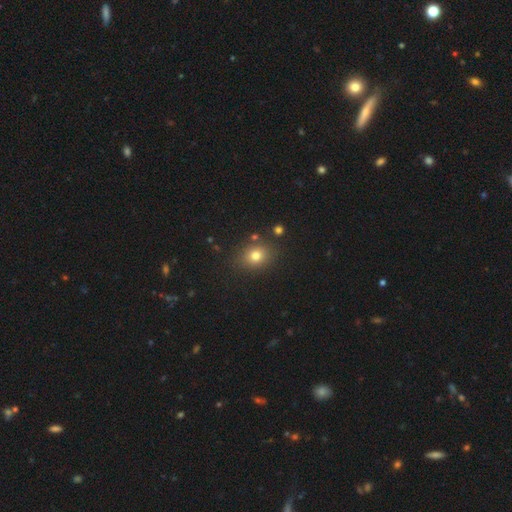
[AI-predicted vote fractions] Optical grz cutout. It shows a smooth galaxy with no disk features (76%) that is round (54%). Merging: none (83%).